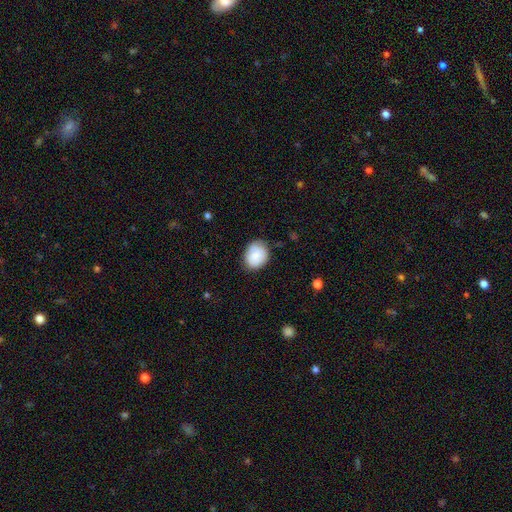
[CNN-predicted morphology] A smooth galaxy with no disk features (85%) that is round (54%). Merging: none (75%).